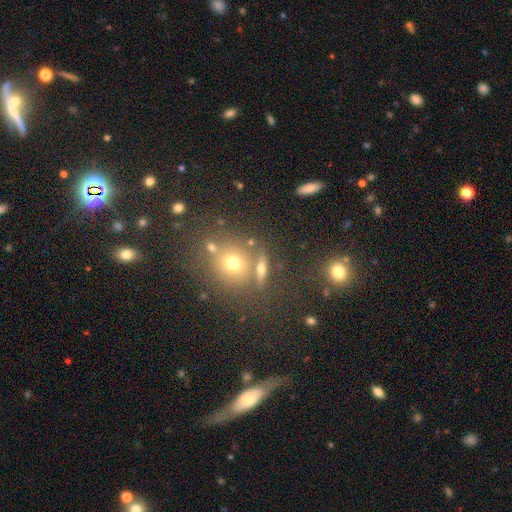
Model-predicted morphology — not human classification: smooth-or-featured: smooth: 41% (tied) | star or artifact: 41% (tied) | featured or disk: 17%
  merging: none: 66% | merger: 19% | minor disturbance: 10% | major disturbance: 5%